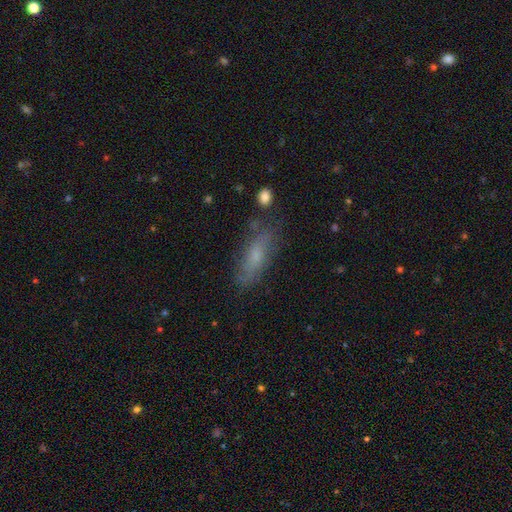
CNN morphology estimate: smooth_or_featured: smooth (p=0.57) [alt: featured or disk p=0.33]
how_rounded: in between (p=0.56) [alt: cigar-shaped p=0.41]
merging: none (p=0.73) [alt: minor disturbance p=0.18]